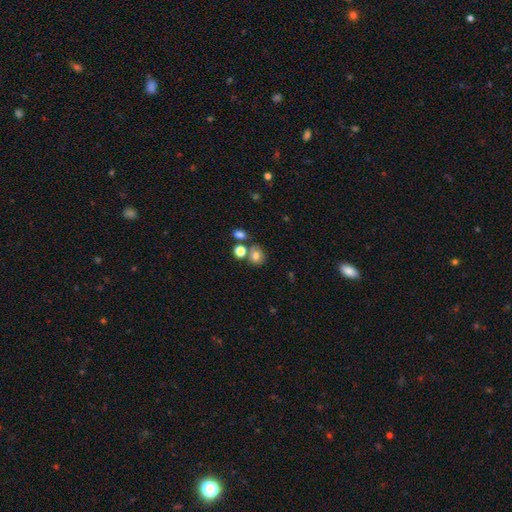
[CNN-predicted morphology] The model was most divided on "merging": none: 63%, merger: 22%, minor disturbance: 11%, major disturbance: 4%. More confident: smooth or featured — smooth (77%); how rounded — round (73%).